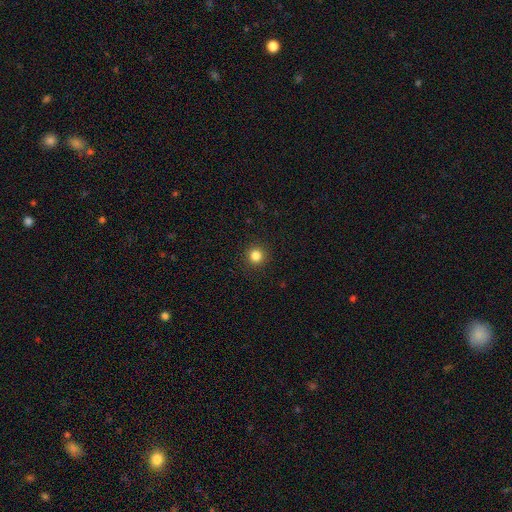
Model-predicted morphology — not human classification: Smooth or featured?
  - smooth: 84% *
  - star or artifact: 12%
  - featured or disk: 4%
How rounded?
  - round: 95% *
  - in between: 4%
  - cigar-shaped: 1%
Merging?
  - none: 93% *
  - minor disturbance: 5%
  - major disturbance: 2%
  - merger: 1%